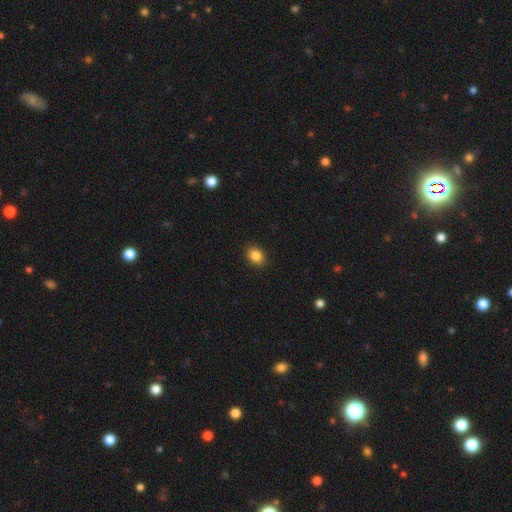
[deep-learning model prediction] smooth 86%, star or artifact 9%, featured or disk 5%. Down the decision tree: how rounded — in between (61%); merging — none (90%).